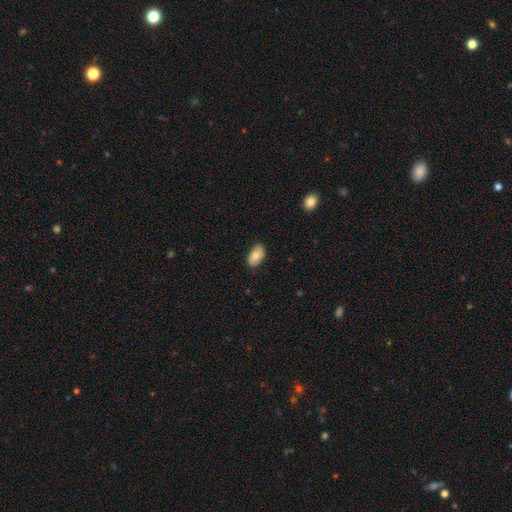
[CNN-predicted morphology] Smooth or featured? Predicted: smooth (p=0.76). How rounded? Predicted: in between (p=0.94). Merging? Predicted: none (p=0.83).